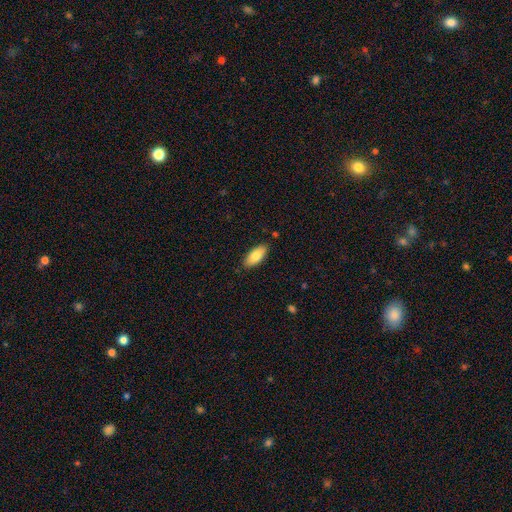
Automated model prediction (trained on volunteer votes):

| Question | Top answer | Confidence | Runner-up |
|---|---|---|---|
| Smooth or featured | smooth | 80% | featured or disk (14%) |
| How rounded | in between | 87% | cigar-shaped (11%) |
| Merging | none | 87% | minor disturbance (10%) |